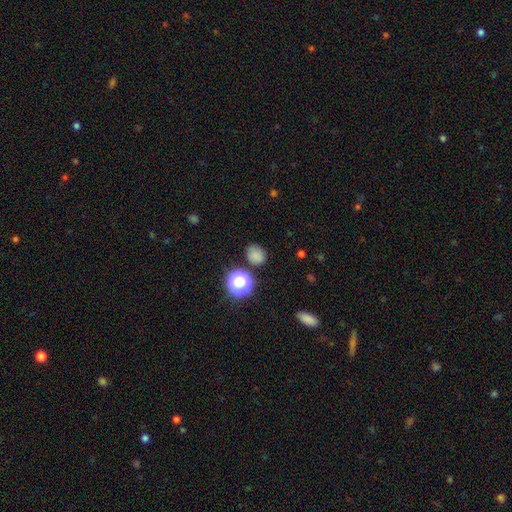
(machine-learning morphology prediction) smooth 75%, star or artifact 18%, featured or disk 7%. Down the decision tree: how rounded — round (63%); merging — none (77%).